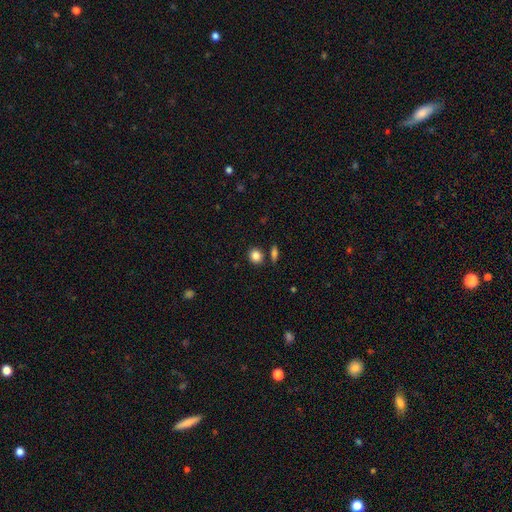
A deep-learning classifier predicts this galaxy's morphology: type=smooth (85%); roundness=round (69%); merging=none (79%).